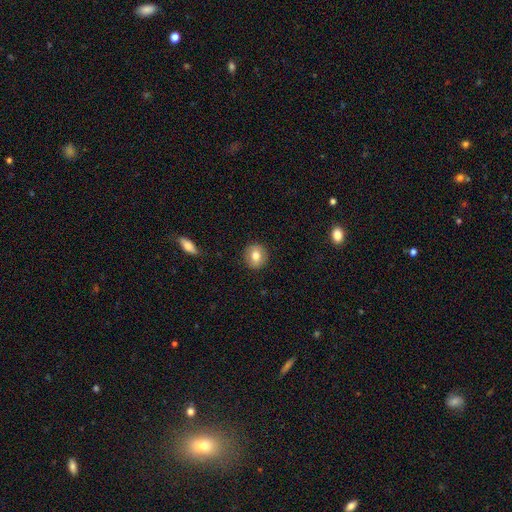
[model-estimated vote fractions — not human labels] Smooth or featured: smooth — 77% (featured or disk — 15%)
How rounded: round — 83% (in between — 16%)
Merging: none — 89% (minor disturbance — 7%)